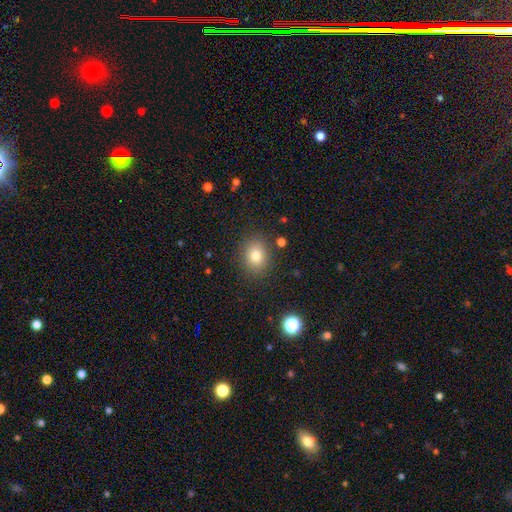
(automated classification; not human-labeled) Smooth or featured? Predicted: smooth (p=0.79). How rounded? Predicted: round (p=0.59). Merging? Predicted: none (p=0.85).